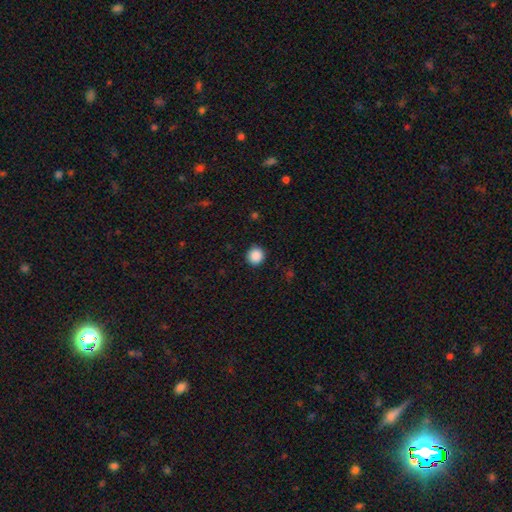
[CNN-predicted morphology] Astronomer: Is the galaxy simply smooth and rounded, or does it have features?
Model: smooth — 88%.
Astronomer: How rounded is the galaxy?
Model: round — 94%.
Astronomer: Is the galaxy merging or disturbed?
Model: none — 91%.